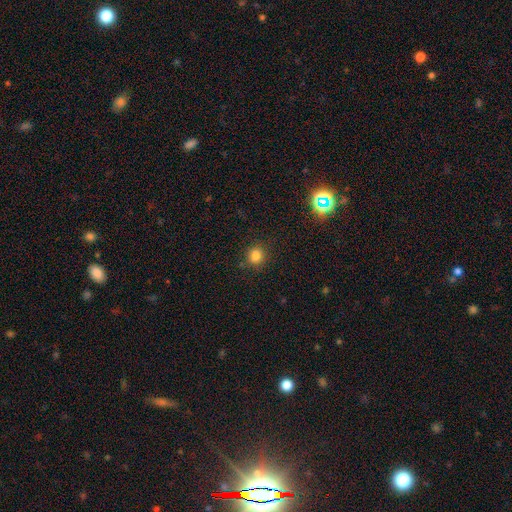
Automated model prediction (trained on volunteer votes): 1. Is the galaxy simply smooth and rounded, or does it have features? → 81% smooth, 14% star or artifact, 5% featured or disk.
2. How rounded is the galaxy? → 86% round, 13% in between, 1% cigar-shaped.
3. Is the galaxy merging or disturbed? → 87% none, 8% minor disturbance, 3% major disturbance, 2% merger.